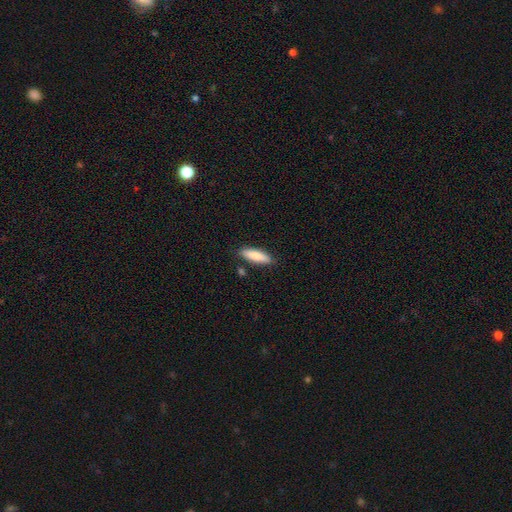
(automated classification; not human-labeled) Smooth or featured: smooth — 82% (featured or disk — 12%)
How rounded: cigar-shaped — 56% (in between — 42%)
Merging: none — 84% (minor disturbance — 11%)